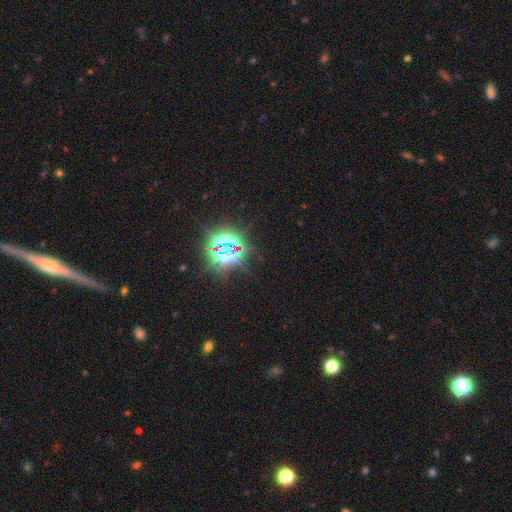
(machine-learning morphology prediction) This is likely a star or artifact rather than a galaxy (66%).